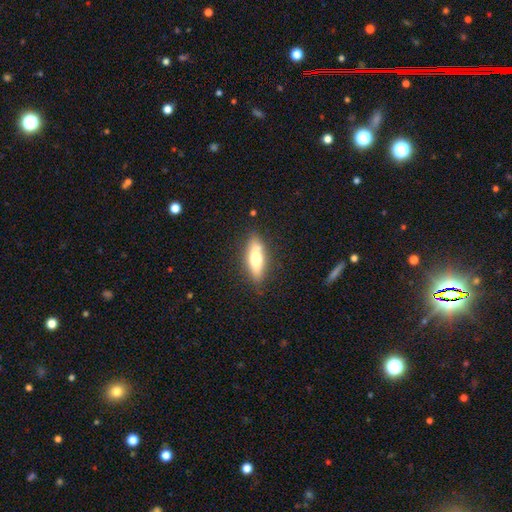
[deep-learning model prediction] Overall: smooth (59%; featured or disk 35%). How rounded: in between (49%; cigar-shaped 48%). Merging: none (82%).